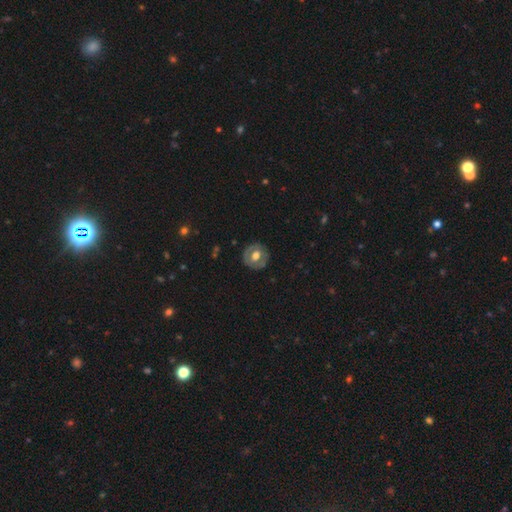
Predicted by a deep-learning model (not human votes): A featured or disk galaxy (49%). Merging: none (83%).